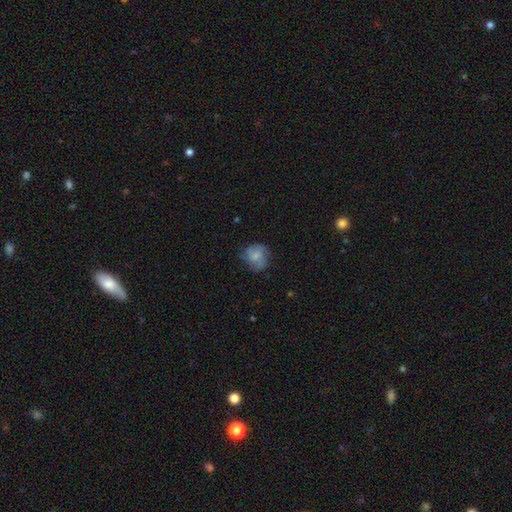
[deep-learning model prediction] Smooth or featured? Predicted: smooth (p=0.62). How rounded? Predicted: round (p=0.71). Merging? Predicted: none (p=0.60).